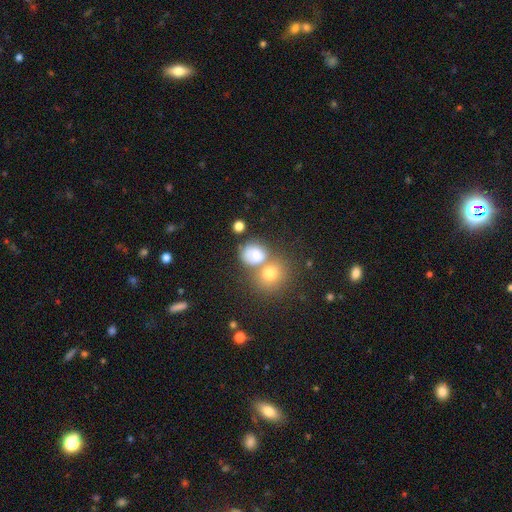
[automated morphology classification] Overall: smooth (69%). How rounded: round (66%; in between 33%). Merging: merger (45%; none 38%).